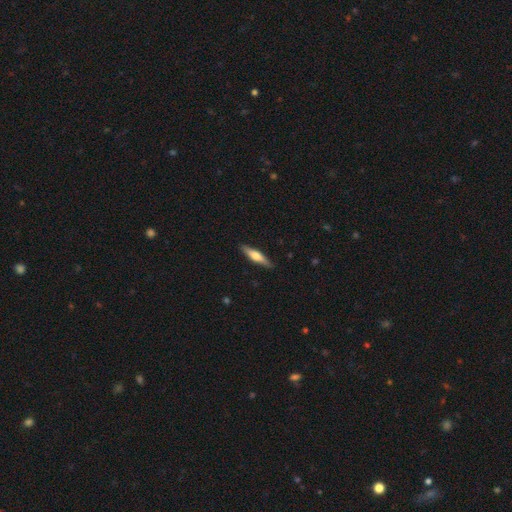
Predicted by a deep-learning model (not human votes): This is possibly a featured or disk galaxy (48%). Merging: clearly none (89%).